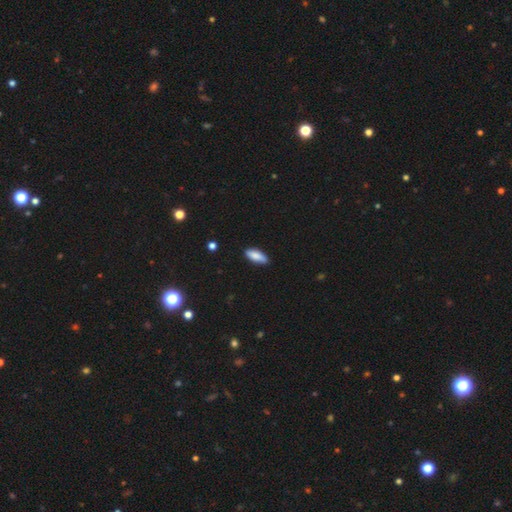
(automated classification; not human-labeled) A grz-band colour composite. It shows a smooth galaxy with no disk features (85%) that is in between round and cigar-shaped (74%). Merging: none (82%).